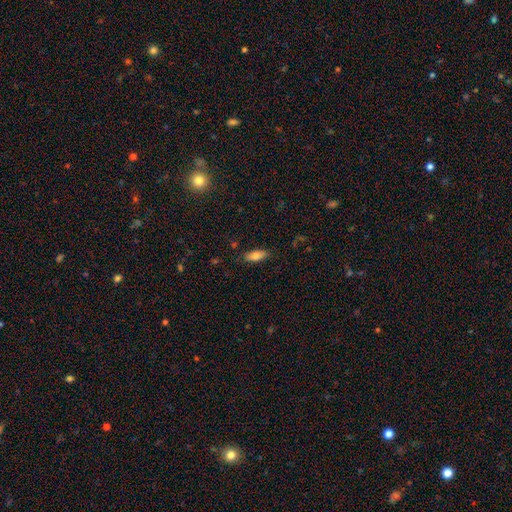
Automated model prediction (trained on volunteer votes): Morphology: type=smooth (78%); roundness=in between (74%); merging=none (83%).